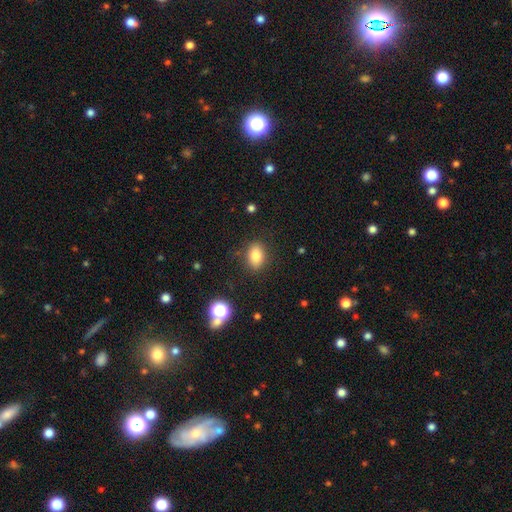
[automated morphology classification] This appears to be a smooth galaxy with no disk features (82%) that is in between round and cigar-shaped (79%). Merging: none (85%).